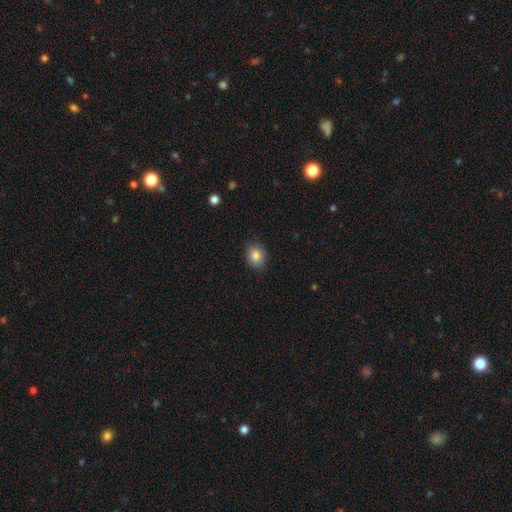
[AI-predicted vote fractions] smooth 84%, star or artifact 9%, featured or disk 7%. Down the decision tree: how rounded — in between (51%); merging — none (85%).